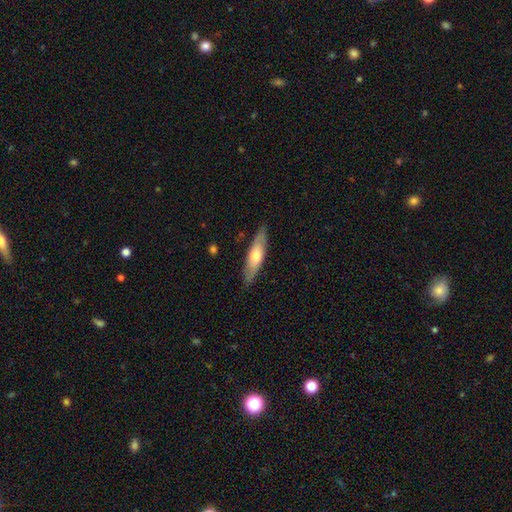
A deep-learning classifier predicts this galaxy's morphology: The model was most divided on "smooth or featured": smooth: 53%, featured or disk: 41%, star or artifact: 5%. More confident: merging — none (84%); how rounded — cigar-shaped (64%).